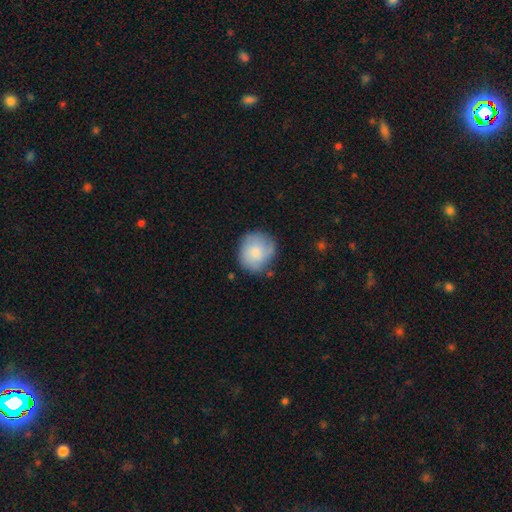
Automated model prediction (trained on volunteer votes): A smooth galaxy with no disk features (72%) that is round (85%).

Vote fractions:
- Smooth or featured? smooth: 72% / featured or disk: 21% / star or artifact: 7%
- How rounded? round: 85% / in between: 14% / cigar-shaped: 1%
- Merging? none: 71% / minor disturbance: 21% / major disturbance: 6% / merger: 2%